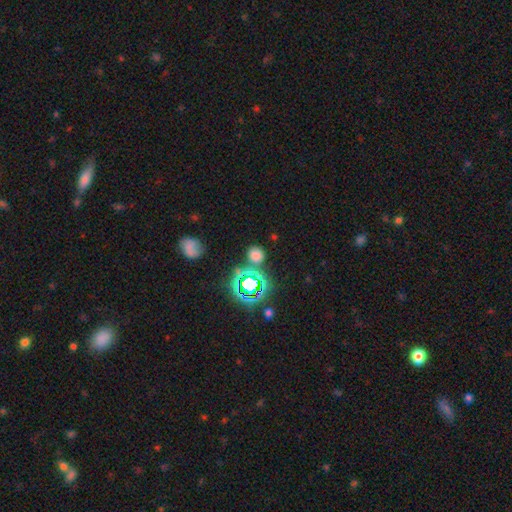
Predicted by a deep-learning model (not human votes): Smooth or featured? Predicted: smooth (p=0.65). How rounded? Predicted: round (p=0.80). Merging? Predicted: none (p=0.80).